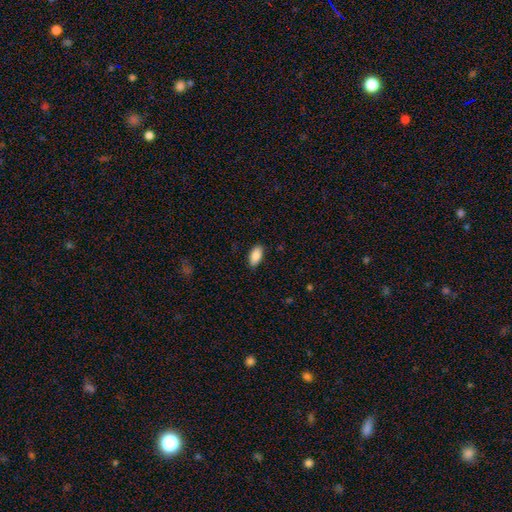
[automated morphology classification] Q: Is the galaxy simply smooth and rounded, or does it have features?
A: smooth — 88%.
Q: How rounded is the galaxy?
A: in between — 93%.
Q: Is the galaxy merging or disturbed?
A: none — 87%.